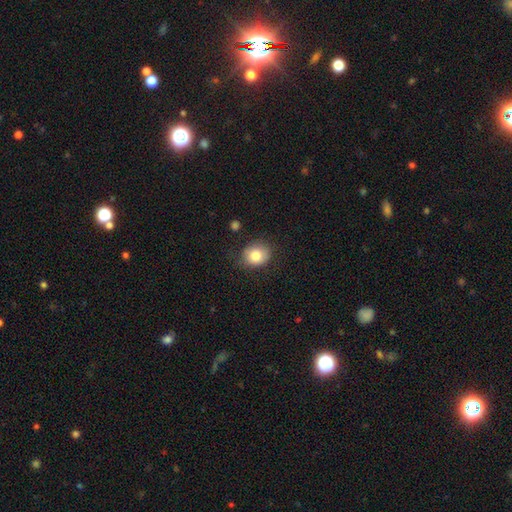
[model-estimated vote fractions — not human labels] Overall: smooth (82%). How rounded: round (67%; in between 32%). Merging: none (75%).